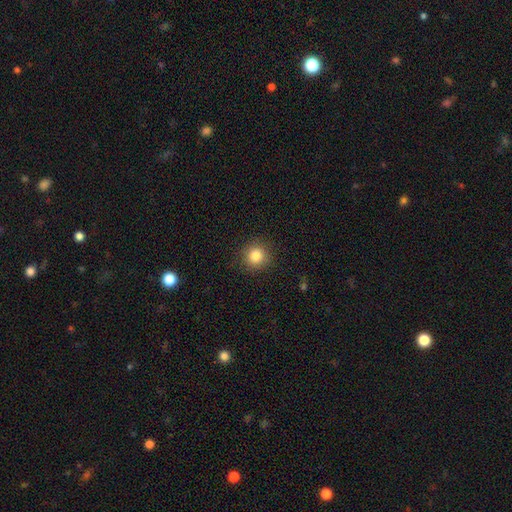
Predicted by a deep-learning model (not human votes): This is clearly a smooth galaxy (83%). How rounded: clearly round (93%). Merging: clearly none (90%).